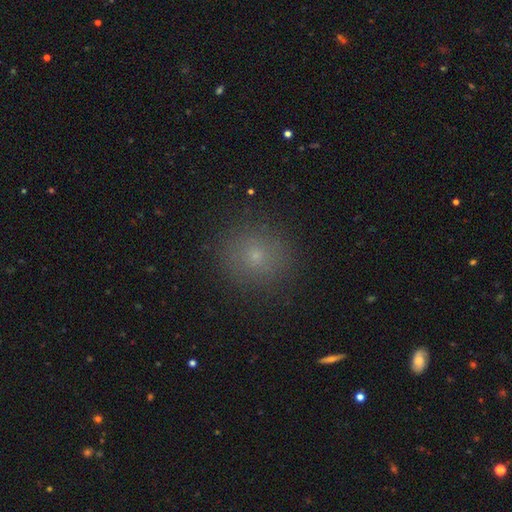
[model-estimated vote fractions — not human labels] Q: Smooth or featured?
A: smooth (70%); runner-up: star or artifact (20%)
Q: How rounded?
A: round (89%); runner-up: in between (10%)
Q: Merging?
A: none (88%); runner-up: minor disturbance (8%)